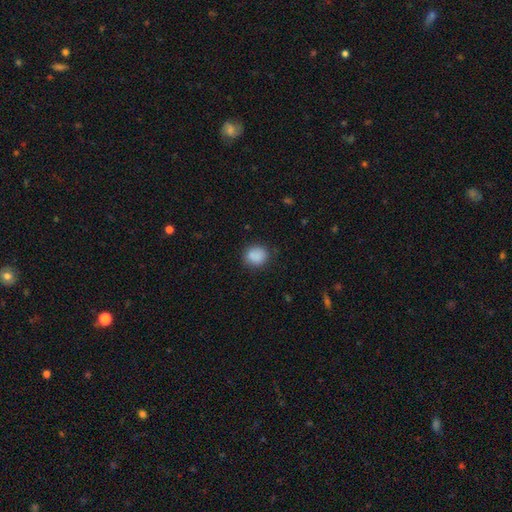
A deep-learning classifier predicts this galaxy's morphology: Smooth or featured? Predicted: smooth (p=0.87). How rounded? Predicted: round (p=0.73). Merging? Predicted: none (p=0.82).